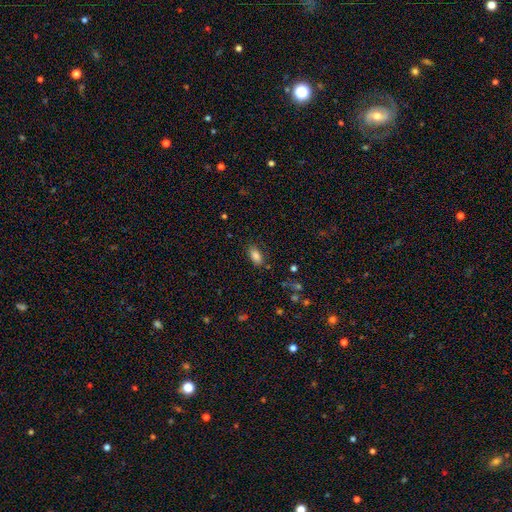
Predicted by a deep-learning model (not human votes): Smooth or featured? Predicted: smooth (p=0.84). How rounded? Predicted: in between (p=0.90). Merging? Predicted: none (p=0.83).